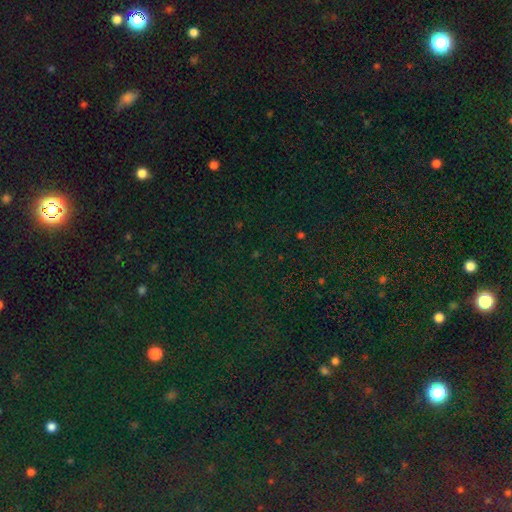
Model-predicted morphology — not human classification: smooth-or-featured: star or artifact: 80% | smooth: 13% | featured or disk: 7%